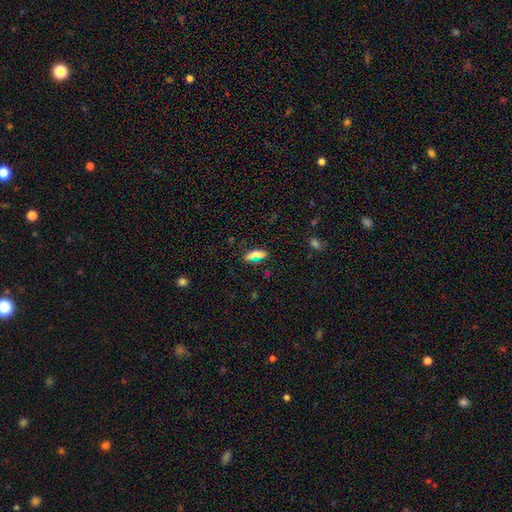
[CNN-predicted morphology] smooth-or-featured: smooth: 67% | star or artifact: 17% | featured or disk: 16%
  how-rounded: in between: 64% | cigar-shaped: 31% | round: 6%
  merging: none: 82% | minor disturbance: 12% | major disturbance: 3% | merger: 3%